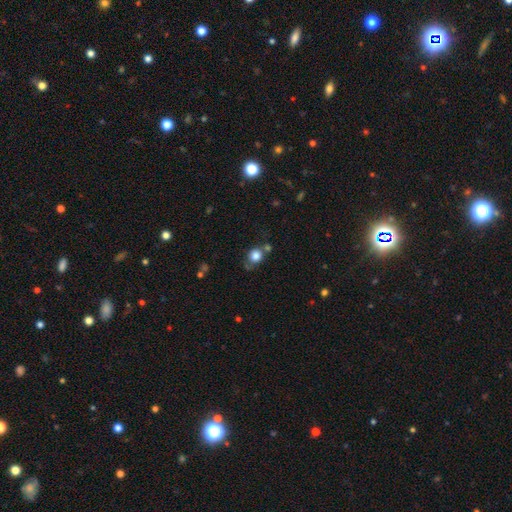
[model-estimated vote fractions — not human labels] This appears to be a smooth galaxy with no disk features (80%) that is round (76%). Merging: none (54%).